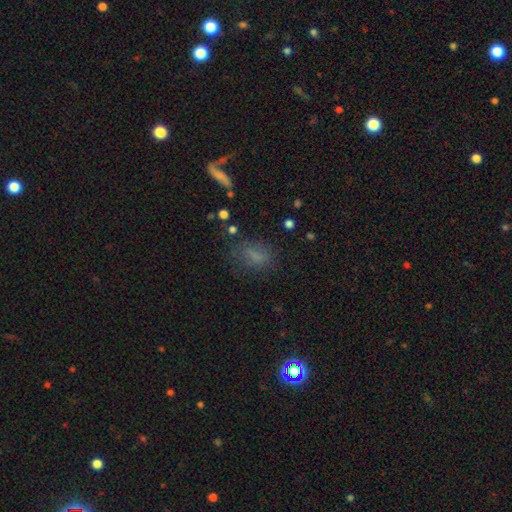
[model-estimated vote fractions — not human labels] smooth-or-featured: smooth: 73% | star or artifact: 15% | featured or disk: 13%
  how-rounded: in between: 76% | round: 17% | cigar-shaped: 8%
  merging: none: 65% | minor disturbance: 19% | major disturbance: 13% | merger: 3%